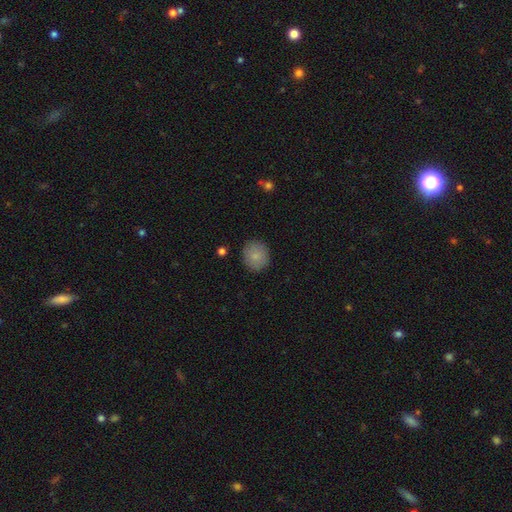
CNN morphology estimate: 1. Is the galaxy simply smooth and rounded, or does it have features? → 84% smooth, 8% featured or disk, 8% star or artifact.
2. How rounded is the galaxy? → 83% round, 16% in between, 1% cigar-shaped.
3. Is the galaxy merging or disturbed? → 88% none, 8% minor disturbance, 2% major disturbance, 1% merger.